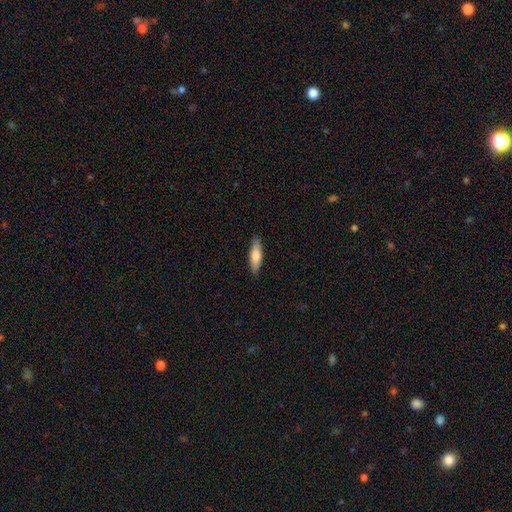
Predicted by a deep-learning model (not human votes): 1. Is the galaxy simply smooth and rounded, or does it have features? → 73% smooth, 21% featured or disk, 5% star or artifact.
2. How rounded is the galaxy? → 60% cigar-shaped, 38% in between, 2% round.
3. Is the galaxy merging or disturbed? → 88% none, 10% minor disturbance, 2% major disturbance, 1% merger.